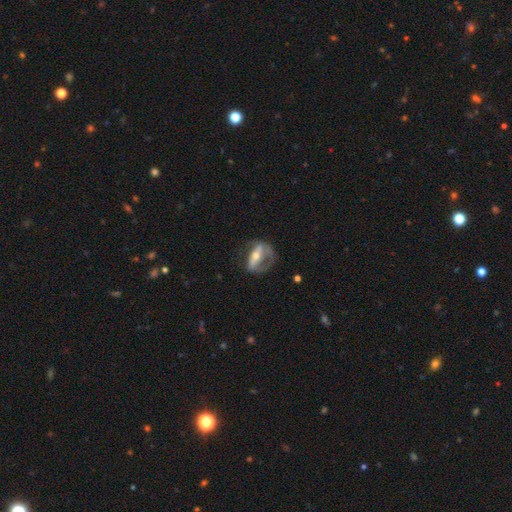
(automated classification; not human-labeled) Overall: featured or disk (68%). Edge-on disk: no (85%). Bar: strong (55%; no 24%). Spiral arms: no (53%; yes 47%). Bulge size: moderate (51%; small 42%). Merging: none (43%; major disturbance 32%).